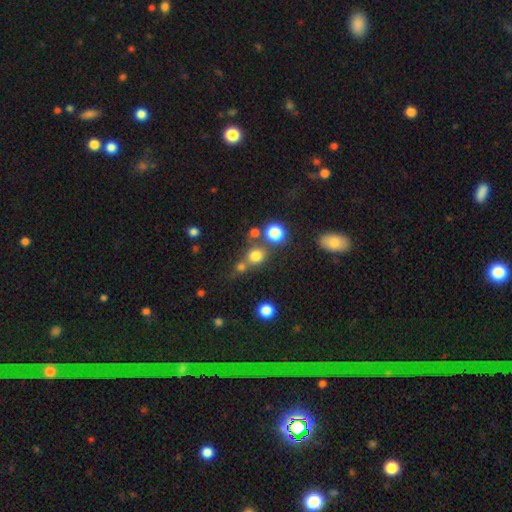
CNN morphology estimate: smooth-or-featured: smooth: 74% | star or artifact: 18% | featured or disk: 8%
  how-rounded: round: 84% | in between: 15% | cigar-shaped: 1%
  merging: none: 61% | merger: 25% | minor disturbance: 9% | major disturbance: 5%